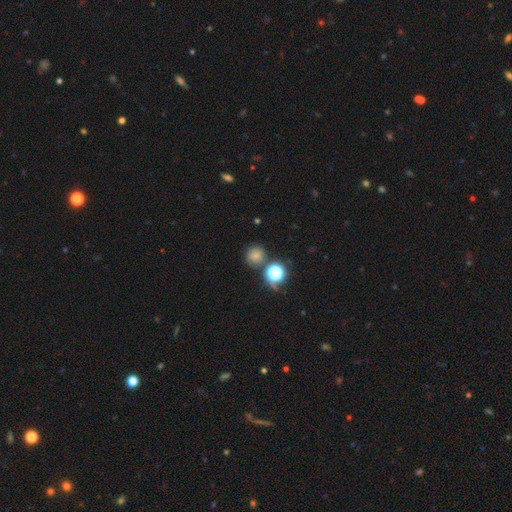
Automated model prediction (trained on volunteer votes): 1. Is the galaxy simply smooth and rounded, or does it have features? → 70% smooth, 21% star or artifact, 9% featured or disk.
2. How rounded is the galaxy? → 90% round, 9% in between, 1% cigar-shaped.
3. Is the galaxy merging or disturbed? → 76% none, 10% minor disturbance, 10% merger, 4% major disturbance.